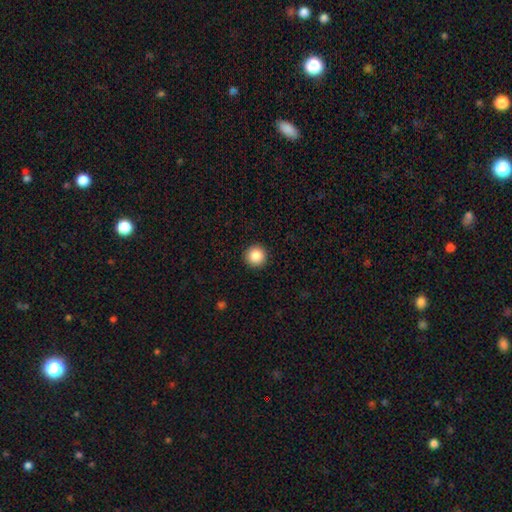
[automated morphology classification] Smooth or featured?
  - smooth: 88% *
  - star or artifact: 9%
  - featured or disk: 3%
How rounded?
  - round: 96% *
  - in between: 3%
  - cigar-shaped: 1%
Merging?
  - none: 93% *
  - minor disturbance: 4%
  - major disturbance: 2%
  - merger: 1%